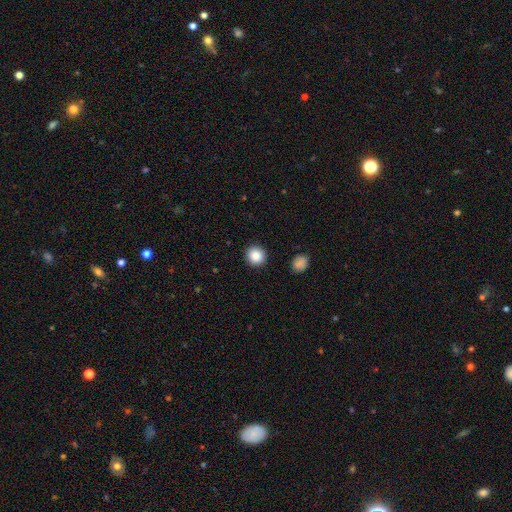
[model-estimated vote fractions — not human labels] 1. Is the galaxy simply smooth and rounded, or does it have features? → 87% smooth, 9% star or artifact, 4% featured or disk.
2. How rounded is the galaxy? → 92% round, 7% in between, 1% cigar-shaped.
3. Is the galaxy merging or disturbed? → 91% none, 5% minor disturbance, 2% major disturbance, 1% merger.